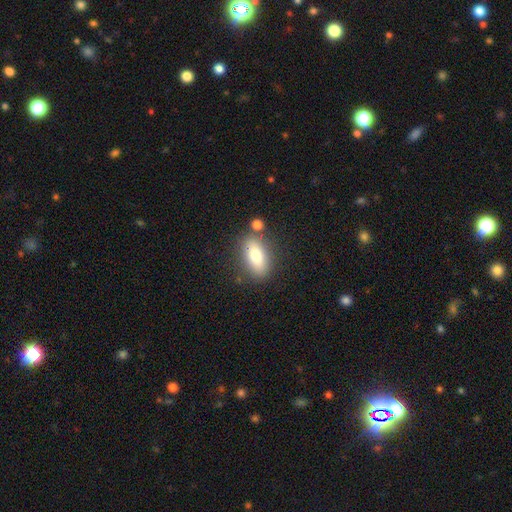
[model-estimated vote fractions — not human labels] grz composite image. It shows a smooth galaxy with no disk features (73%) that is in between round and cigar-shaped (81%). Merging: none (75%).